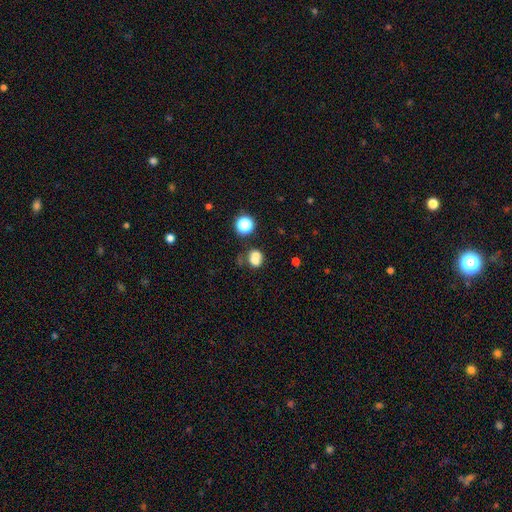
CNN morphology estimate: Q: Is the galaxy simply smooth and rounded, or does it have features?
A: smooth — 70%.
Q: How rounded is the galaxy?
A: round — 65%.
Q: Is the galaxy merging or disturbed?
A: merger — 41%.